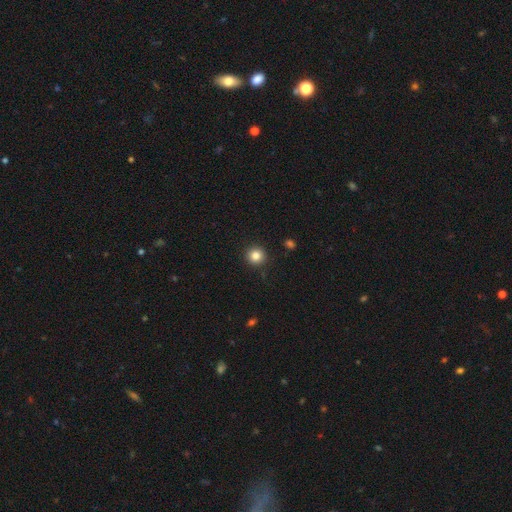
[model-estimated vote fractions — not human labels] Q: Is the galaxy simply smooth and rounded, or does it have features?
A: smooth — 83%.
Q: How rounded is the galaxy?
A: round — 94%.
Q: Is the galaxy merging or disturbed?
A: none — 92%.